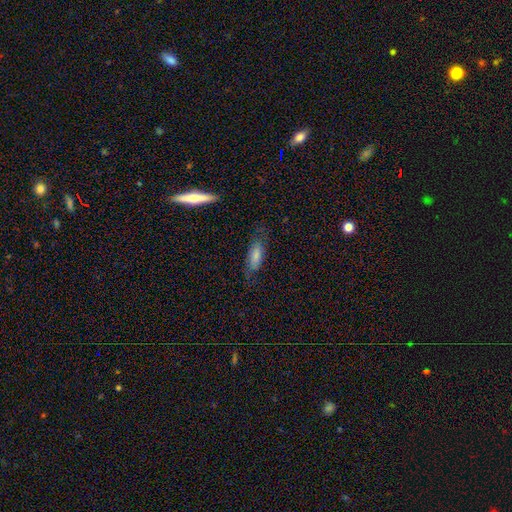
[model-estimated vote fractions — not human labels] Smooth or featured? smooth (70%)
How rounded? in between (71%)
Merging? none (66%)